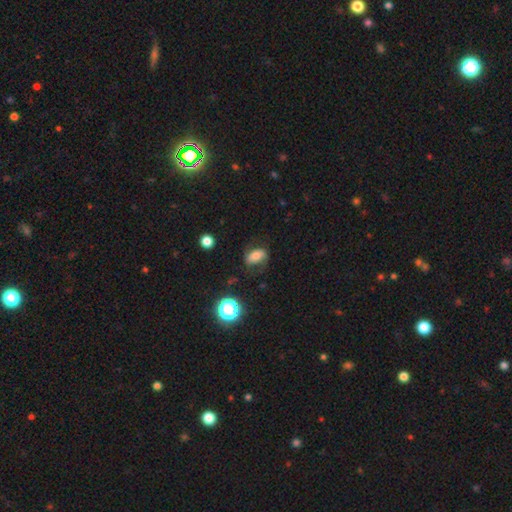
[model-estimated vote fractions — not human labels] Smooth or featured? smooth (58%)
How rounded? in between (79%)
Merging? none (63%)